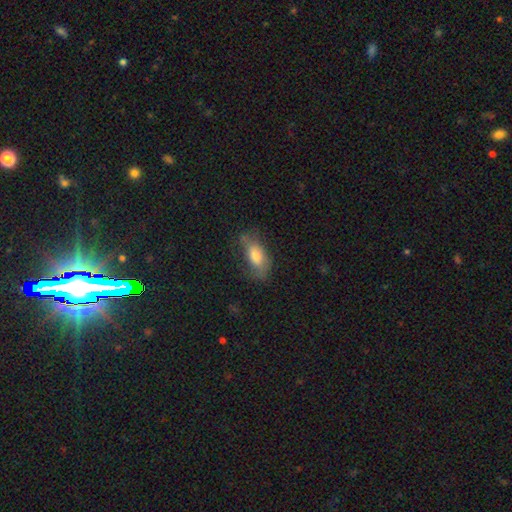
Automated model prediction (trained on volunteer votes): smooth_or_featured: smooth (p=0.71) [alt: featured or disk p=0.21]
how_rounded: in between (p=0.85) [alt: cigar-shaped p=0.11]
merging: none (p=0.55) [alt: minor disturbance p=0.29]